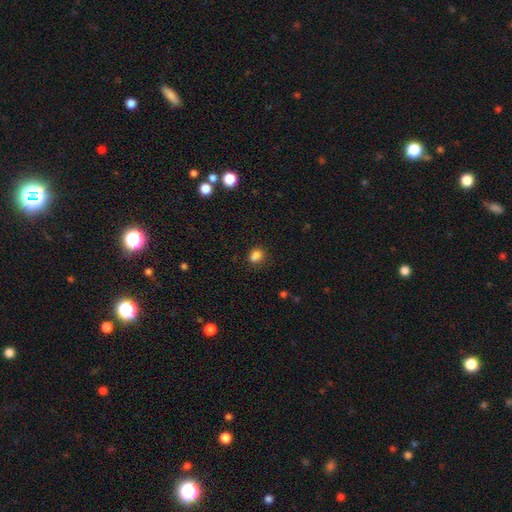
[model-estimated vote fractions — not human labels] smooth 83%, star or artifact 13%, featured or disk 4%. Down the decision tree: how rounded — round (52%); merging — none (73%).